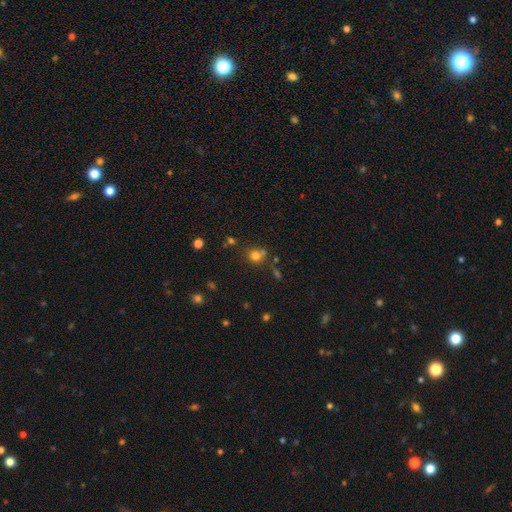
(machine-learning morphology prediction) smooth-or-featured: smooth: 74% | star or artifact: 17% | featured or disk: 9%
  how-rounded: round: 84% | in between: 15% | cigar-shaped: 1%
  merging: none: 64% | merger: 20% | minor disturbance: 12% | major disturbance: 5%